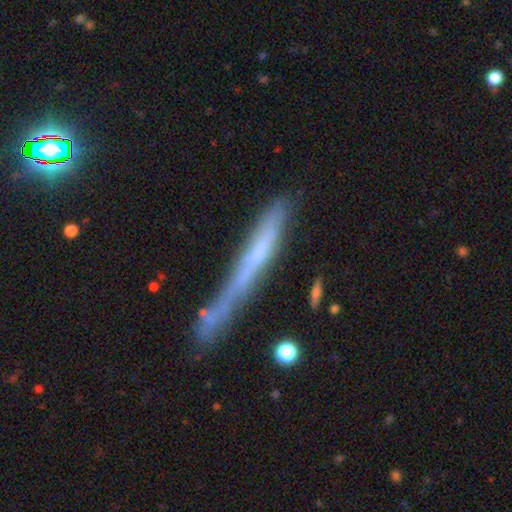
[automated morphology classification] The model was most divided on "smooth or featured": featured or disk: 50%, smooth: 39%, star or artifact: 11%. More confident: merging — none (54%).